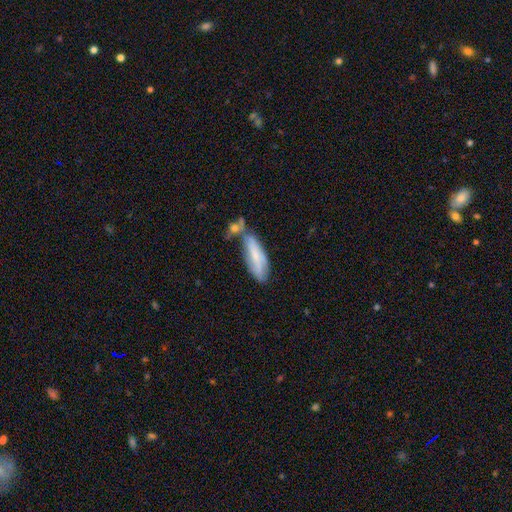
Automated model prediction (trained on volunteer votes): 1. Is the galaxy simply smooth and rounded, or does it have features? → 62% smooth, 31% featured or disk, 7% star or artifact.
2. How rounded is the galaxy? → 51% in between, 48% cigar-shaped, 2% round.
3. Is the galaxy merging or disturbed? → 39% none, 29% merger, 23% minor disturbance, 9% major disturbance.